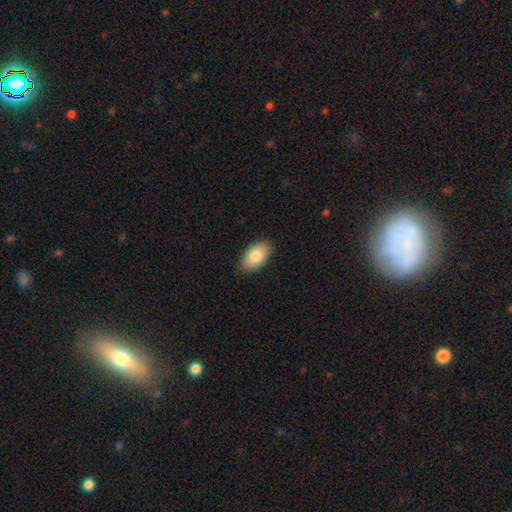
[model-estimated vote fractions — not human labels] Smooth or featured? smooth (82%)
How rounded? in between (94%)
Merging? none (87%)